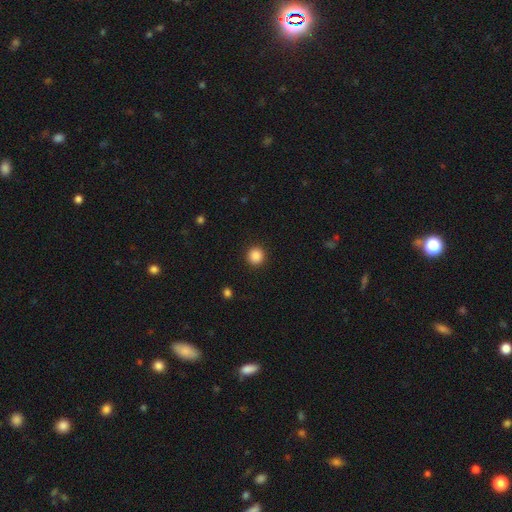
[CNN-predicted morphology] Smooth or featured?
  - smooth: 87% *
  - star or artifact: 10%
  - featured or disk: 3%
How rounded?
  - round: 95% *
  - in between: 4%
  - cigar-shaped: 1%
Merging?
  - none: 92% *
  - minor disturbance: 5%
  - major disturbance: 2%
  - merger: 1%